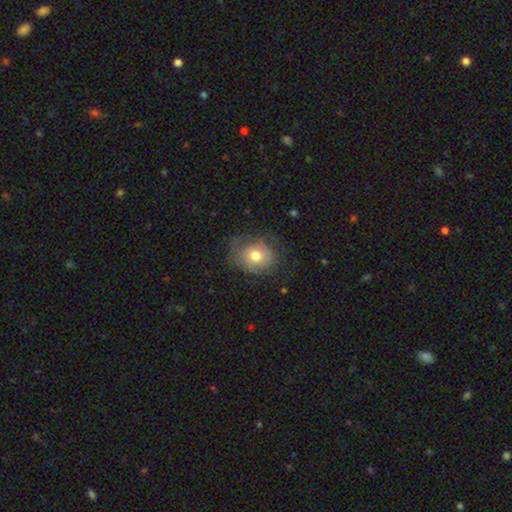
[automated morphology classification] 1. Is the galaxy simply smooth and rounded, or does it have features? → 67% smooth, 24% featured or disk, 9% star or artifact.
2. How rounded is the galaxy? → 60% round, 39% in between, 1% cigar-shaped.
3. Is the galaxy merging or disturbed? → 61% none, 25% minor disturbance, 13% major disturbance, 1% merger.